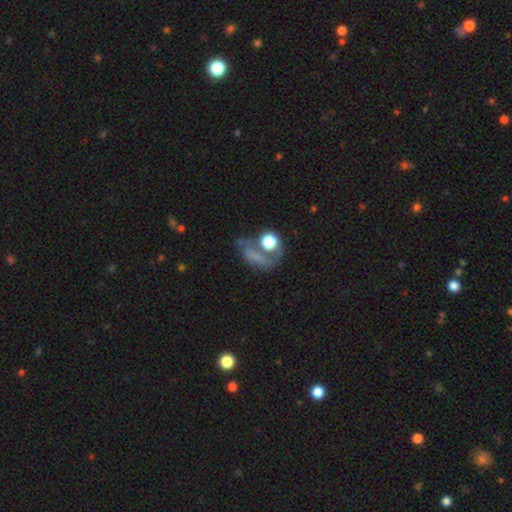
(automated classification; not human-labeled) Smooth or featured: smooth — 52% (featured or disk — 25%)
How rounded: round — 48% (in between — 45%)
Merging: none — 41% (major disturbance — 24%)